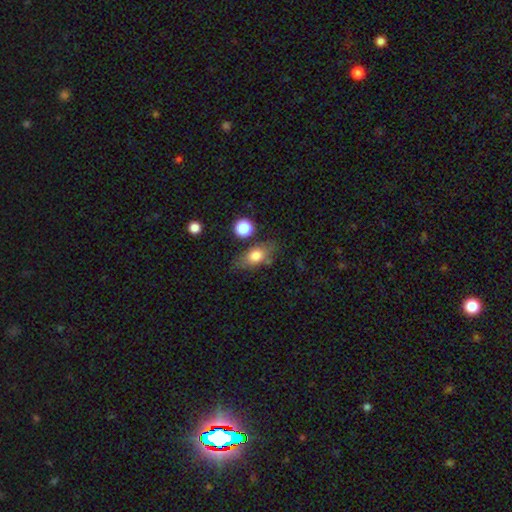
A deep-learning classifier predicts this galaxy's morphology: A smooth galaxy with no disk features (72%) that is in between round and cigar-shaped (74%). Merging: none (68%).